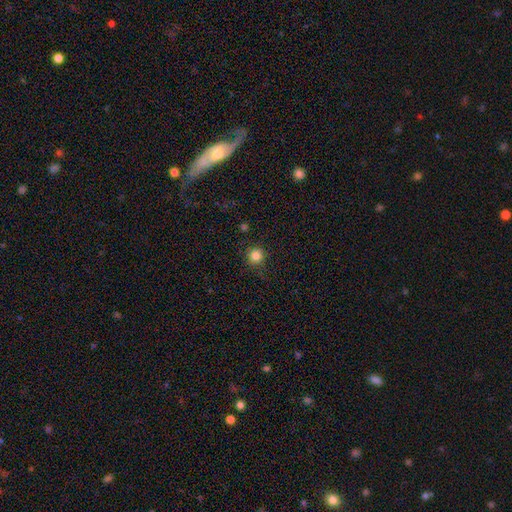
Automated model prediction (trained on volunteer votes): Smooth or featured? smooth (83%)
How rounded? round (95%)
Merging? none (87%)